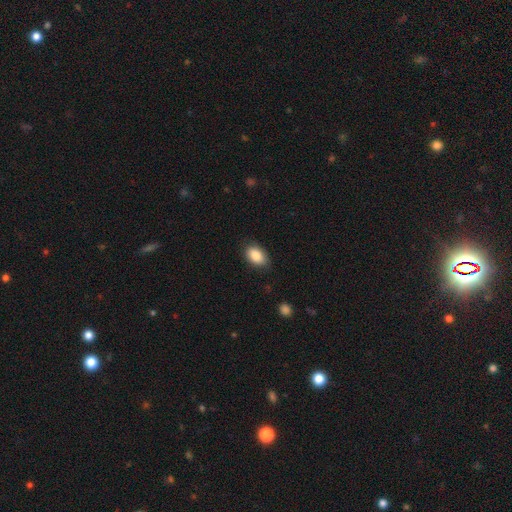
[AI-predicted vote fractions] A smooth galaxy with no disk features (88%) that is in between round and cigar-shaped (89%). Merging: none (81%).